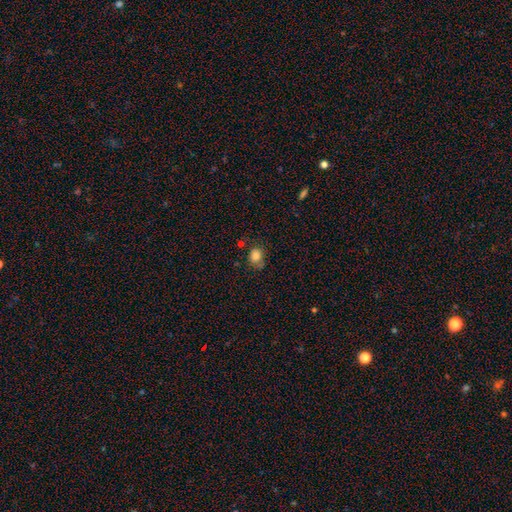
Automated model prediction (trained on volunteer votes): This is clearly a smooth galaxy (83%). How rounded: possibly round (54%). Merging: likely none (62%).